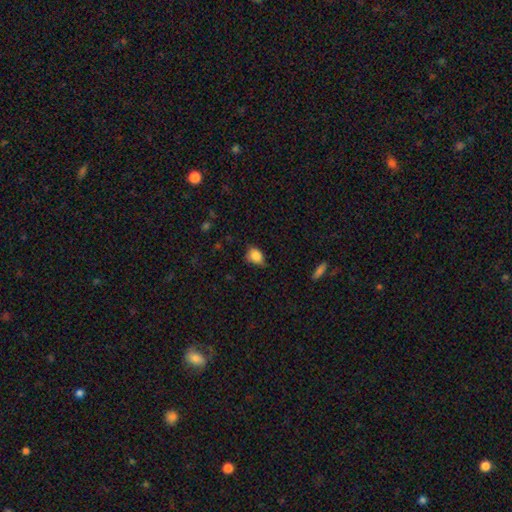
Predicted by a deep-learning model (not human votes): smooth-or-featured: smooth: 85% | star or artifact: 9% | featured or disk: 6%
  how-rounded: in between: 67% | round: 32% | cigar-shaped: 1%
  merging: none: 59% | minor disturbance: 35% | major disturbance: 5% | merger: 2%